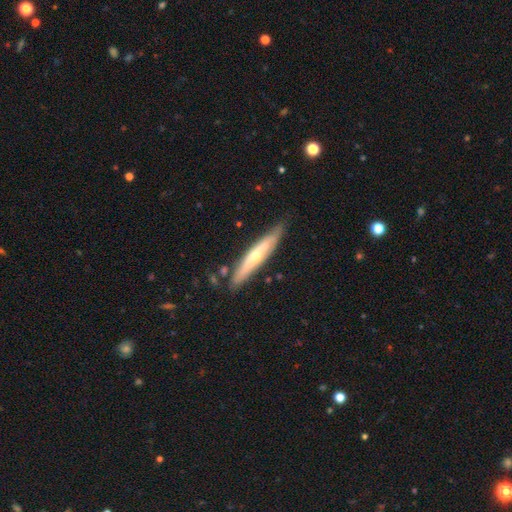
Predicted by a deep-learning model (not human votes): The model was most divided on "smooth or featured": featured or disk: 57%, smooth: 37%, star or artifact: 6%. More confident: edge-on disk — yes (83%); merging — none (80%).